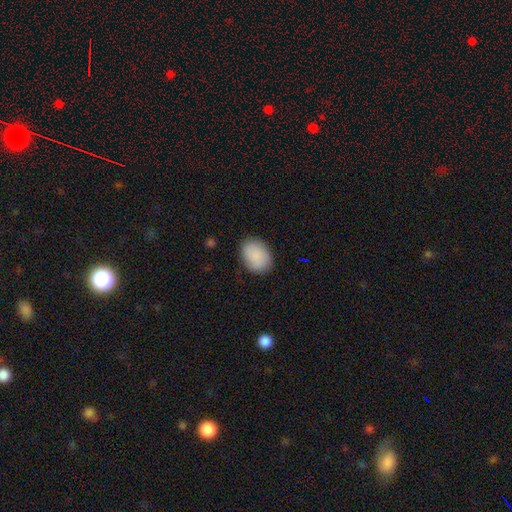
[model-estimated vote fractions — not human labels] This appears to be a smooth galaxy with no disk features (87%) that is in between round and cigar-shaped (73%). Merging: none (84%).